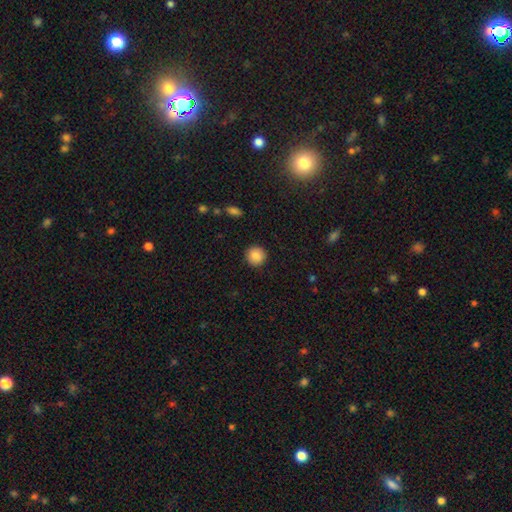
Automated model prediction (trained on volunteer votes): This appears to be a smooth galaxy with no disk features (87%) that is round (94%). Merging: none (92%).